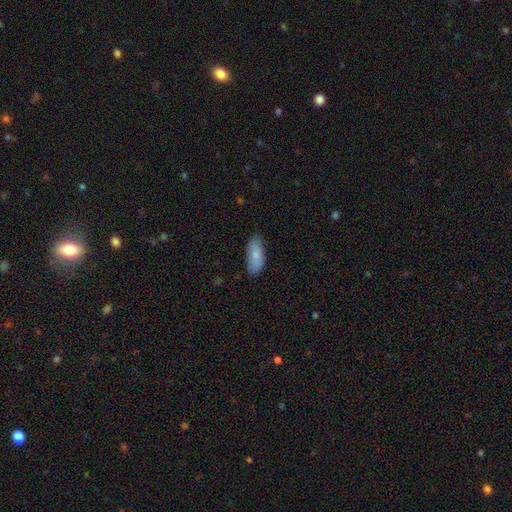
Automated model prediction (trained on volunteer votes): Smooth or featured? Predicted: smooth (p=0.83). How rounded? Predicted: in between (p=0.83). Merging? Predicted: none (p=0.80).